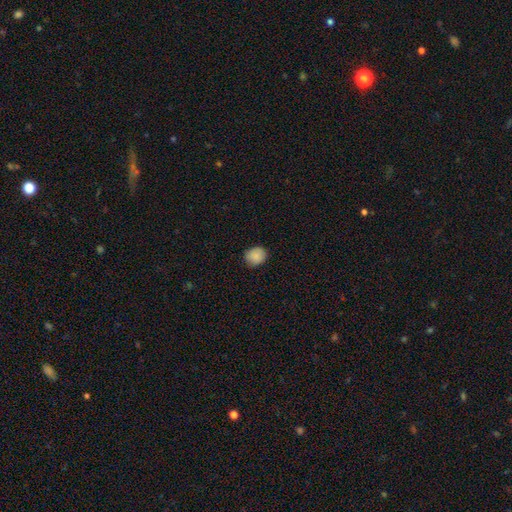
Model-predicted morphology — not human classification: A smooth galaxy with no disk features (88%) that is round (67%). Merging: none (84%).